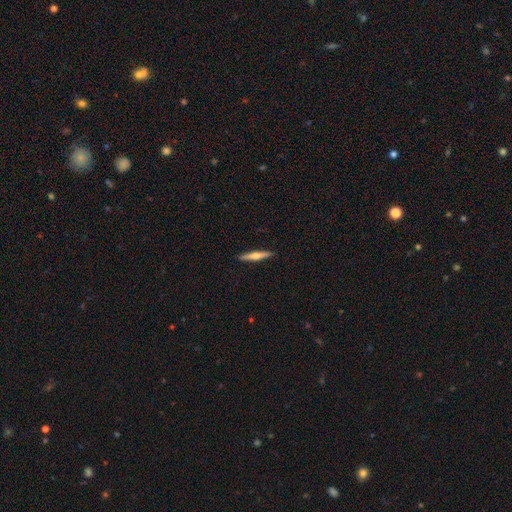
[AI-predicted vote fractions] smooth 48%, featured or disk 46%, star or artifact 5%. Down the decision tree: merging — none (91%).